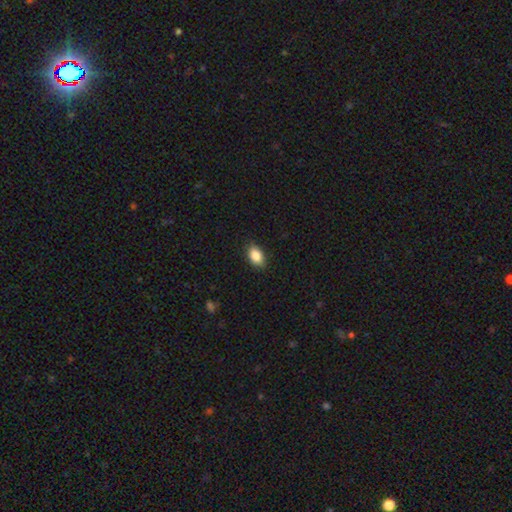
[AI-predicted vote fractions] The model was most divided on "merging": none: 87%, minor disturbance: 10%, major disturbance: 2%, merger: 1%. More confident: how rounded — in between (88%); smooth or featured — smooth (86%).